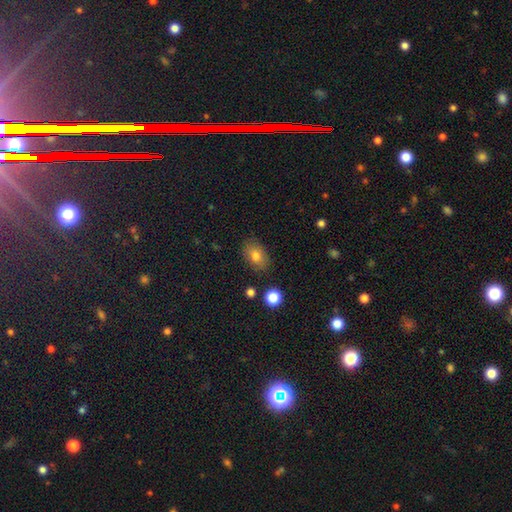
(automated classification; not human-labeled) Smooth or featured? smooth (80%)
How rounded? in between (83%)
Merging? none (81%)